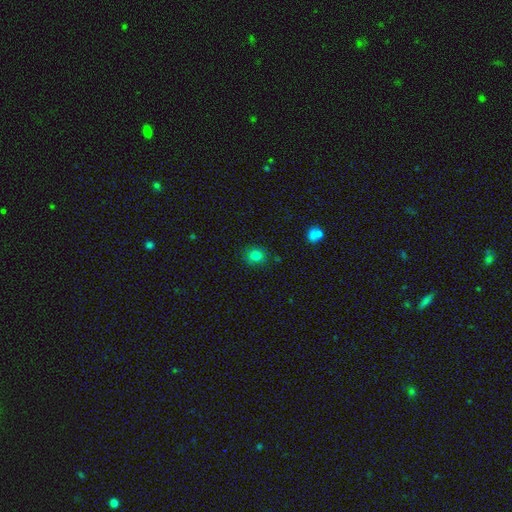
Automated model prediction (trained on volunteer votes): Smooth or featured?
  - smooth: 81% *
  - star or artifact: 13%
  - featured or disk: 5%
How rounded?
  - round: 82% *
  - in between: 17%
  - cigar-shaped: 1%
Merging?
  - none: 86% *
  - minor disturbance: 9%
  - major disturbance: 2%
  - merger: 2%